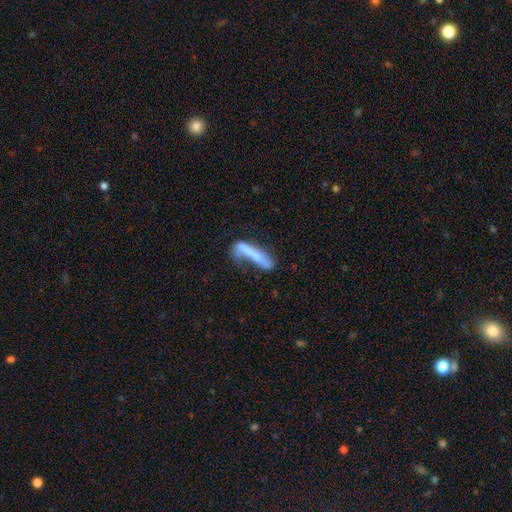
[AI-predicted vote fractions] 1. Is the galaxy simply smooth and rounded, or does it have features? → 52% smooth, 40% featured or disk, 8% star or artifact.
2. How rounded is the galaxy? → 85% cigar-shaped, 13% in between, 2% round.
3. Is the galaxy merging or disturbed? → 36% none, 27% major disturbance, 25% minor disturbance, 12% merger.